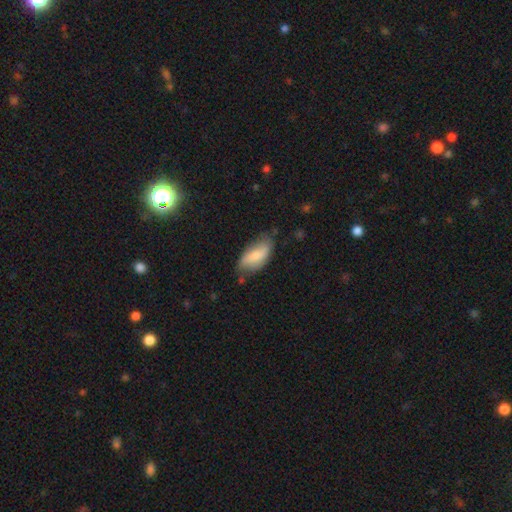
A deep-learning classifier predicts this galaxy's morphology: type=smooth (69%); roundness=in between (87%); merging=none (58%).